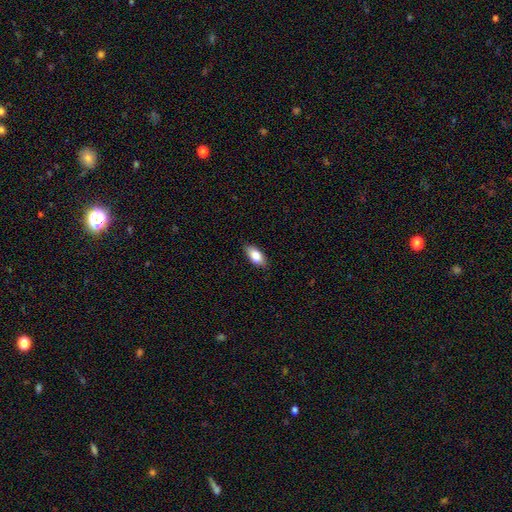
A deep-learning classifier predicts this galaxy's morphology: smooth_or_featured: smooth (p=0.83) [alt: featured or disk p=0.10]
how_rounded: in between (p=0.89) [alt: cigar-shaped p=0.08]
merging: none (p=0.86) [alt: minor disturbance p=0.11]